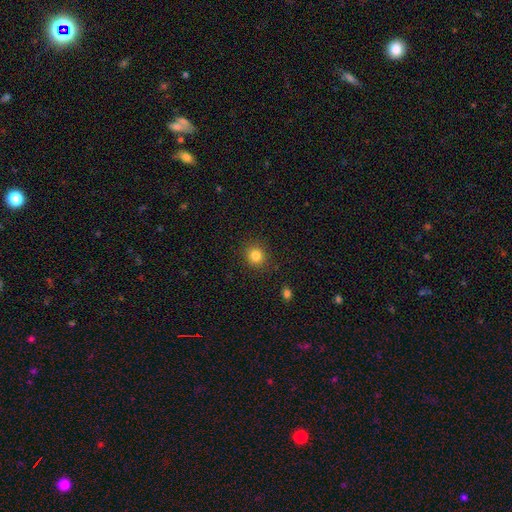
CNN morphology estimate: This is clearly a smooth galaxy (83%). How rounded: clearly round (86%). Merging: clearly none (89%).